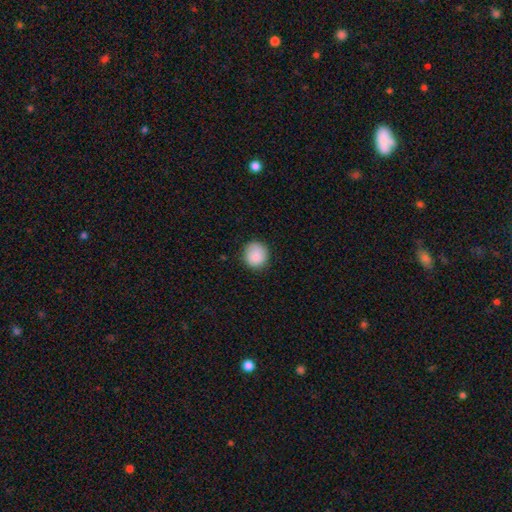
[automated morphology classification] This appears to be a smooth galaxy with no disk features (88%) that is round (88%). Merging: none (83%).